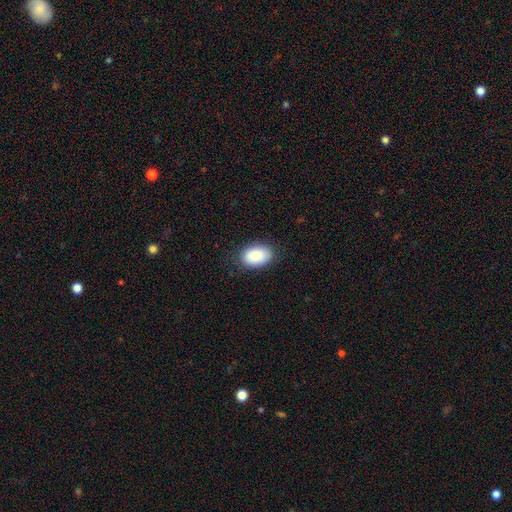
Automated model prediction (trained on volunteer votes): Smooth or featured? smooth (85%)
How rounded? in between (88%)
Merging? none (83%)